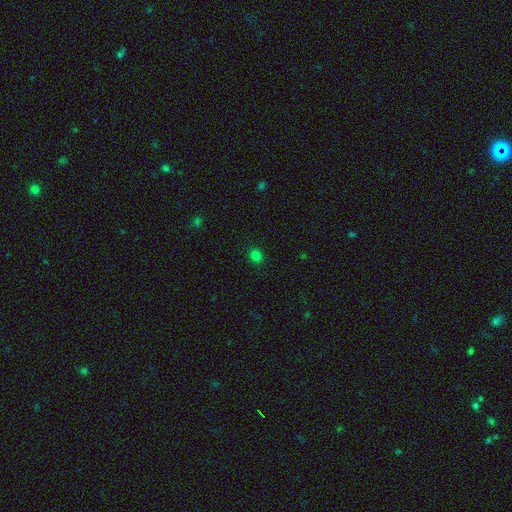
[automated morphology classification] This is likely a smooth galaxy (79%). How rounded: likely round (75%). Merging: clearly none (90%).